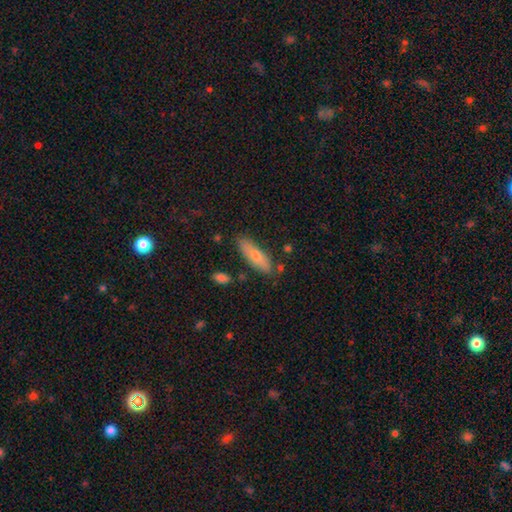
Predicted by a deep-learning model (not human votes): A smooth galaxy with no disk features (74%) that is cigar-shaped (50%).

Vote fractions:
- Smooth or featured? smooth: 74% / featured or disk: 19% / star or artifact: 6%
- How rounded? cigar-shaped: 50% / in between: 48% / round: 2%
- Merging? none: 78% / minor disturbance: 15% / merger: 4% / major disturbance: 3%